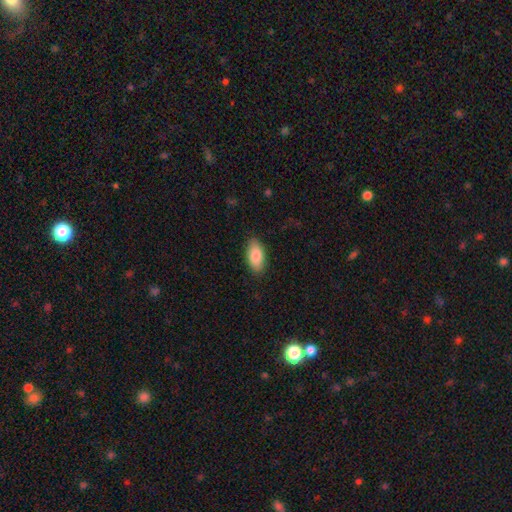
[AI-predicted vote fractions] smooth 85%, featured or disk 9%, star or artifact 6%. Down the decision tree: how rounded — in between (92%); merging — none (87%).